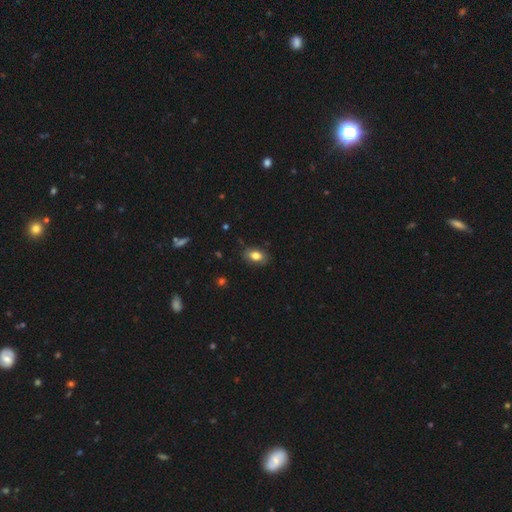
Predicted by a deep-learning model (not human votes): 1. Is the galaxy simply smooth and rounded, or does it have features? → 80% smooth, 12% featured or disk, 8% star or artifact.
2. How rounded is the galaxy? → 87% in between, 10% round, 2% cigar-shaped.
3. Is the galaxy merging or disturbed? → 82% none, 14% minor disturbance, 3% major disturbance, 1% merger.